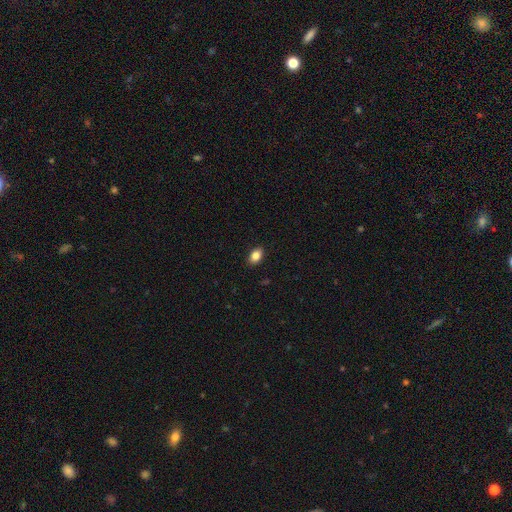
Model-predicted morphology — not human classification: type=smooth (84%); roundness=in between (85%); merging=none (89%).